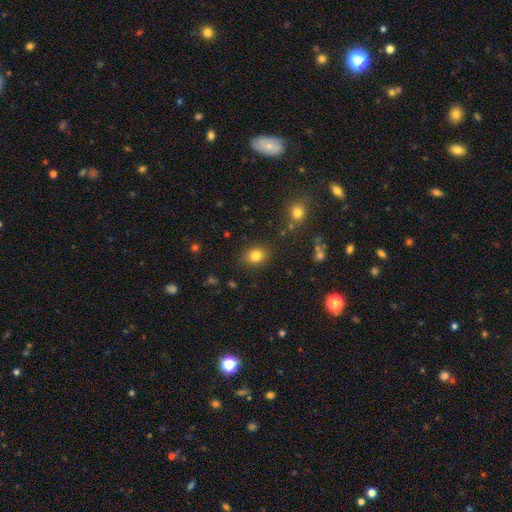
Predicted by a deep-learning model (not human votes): Overall: smooth (82%). How rounded: round (59%; in between 40%). Merging: none (86%).